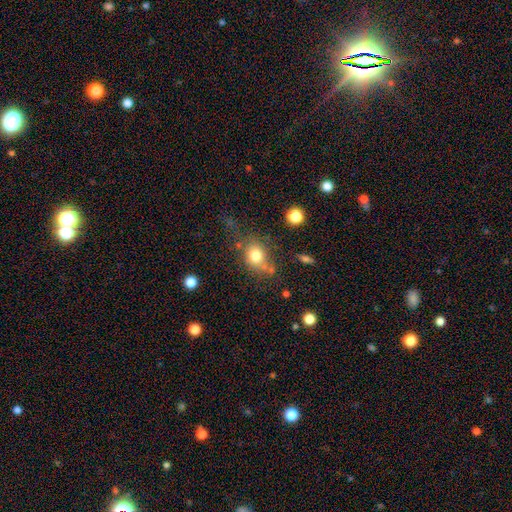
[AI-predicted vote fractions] smooth_or_featured: smooth (p=0.77) [alt: featured or disk p=0.12]
how_rounded: round (p=0.57) [alt: in between p=0.42]
merging: none (p=0.55) [alt: minor disturbance p=0.21]